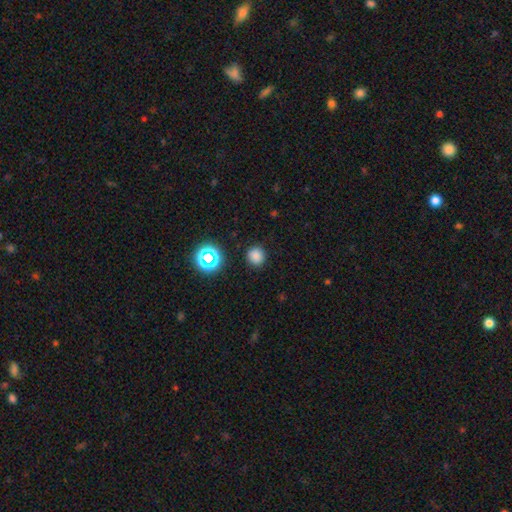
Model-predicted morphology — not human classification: Smooth or featured? Predicted: smooth (p=0.78). How rounded? Predicted: round (p=0.89). Merging? Predicted: none (p=0.88).